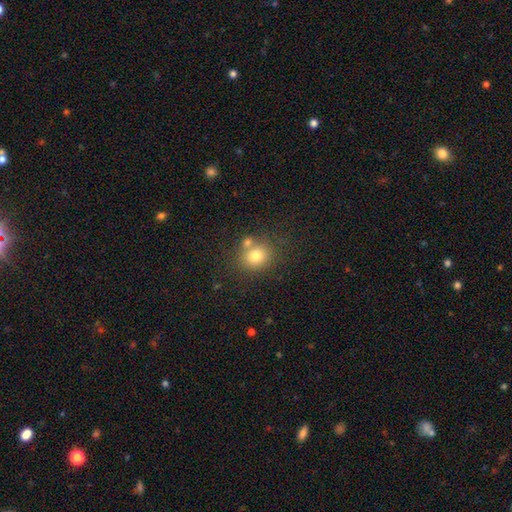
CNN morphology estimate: This is likely a smooth galaxy (76%). How rounded: likely round (73%). Merging: likely none (62%).